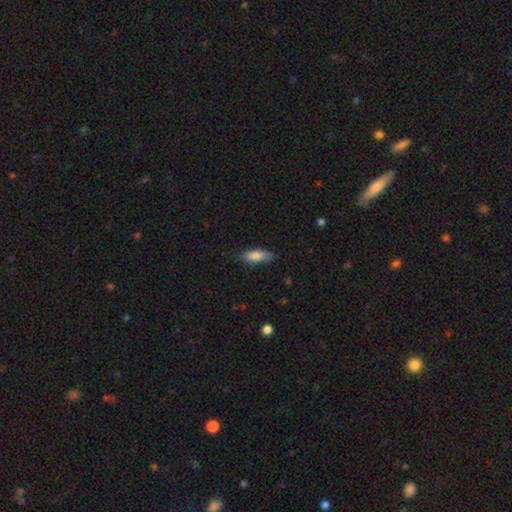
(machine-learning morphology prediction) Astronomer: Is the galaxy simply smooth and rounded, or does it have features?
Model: smooth — 81%.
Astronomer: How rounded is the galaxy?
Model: in between — 64%.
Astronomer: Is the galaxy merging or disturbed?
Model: none — 79%.